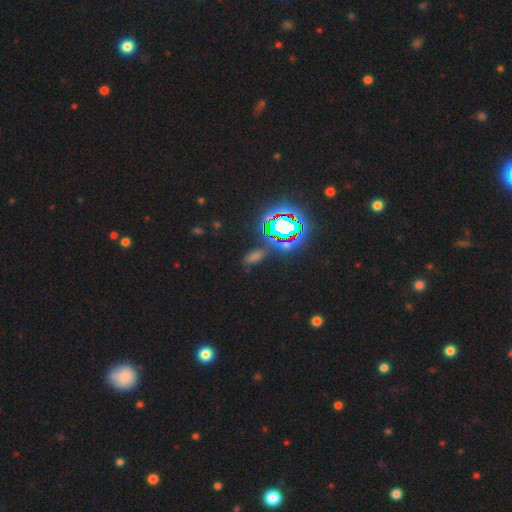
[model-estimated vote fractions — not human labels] A star or artifact, not a galaxy (55%).